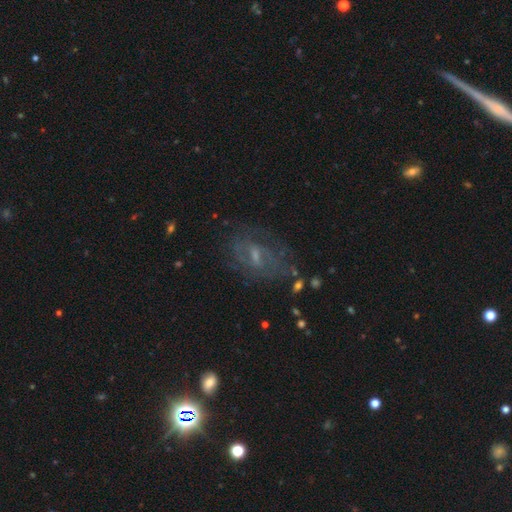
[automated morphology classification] Smooth or featured?
  - featured or disk: 59% *
  - smooth: 25%
  - star or artifact: 16%
Edge-on disk?
  - no: 93% *
  - yes: 7%
Bar?
  - weak: 49% *
  - no: 35%
  - strong: 16%
Spiral arms?
  - yes: 55% *
  - no: 45%
Bulge size?
  - small: 47% *
  - moderate: 33%
  - none: 16%
  - large: 3%
  - dominant: 1%
Merging?
  - none: 60% *
  - minor disturbance: 20%
  - major disturbance: 17%
  - merger: 3%